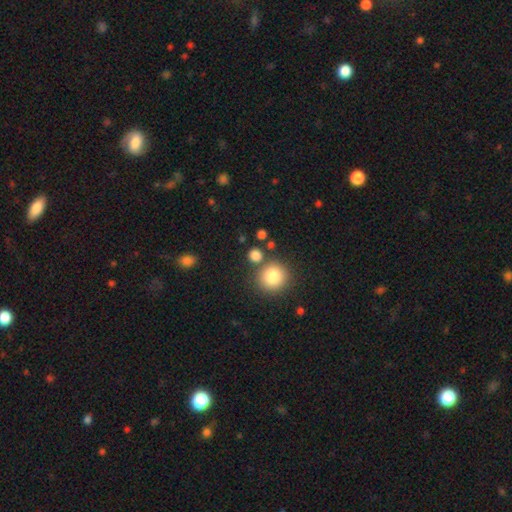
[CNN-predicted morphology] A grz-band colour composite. It shows a smooth galaxy with no disk features (82%) that is round (87%). Merging: none (75%).